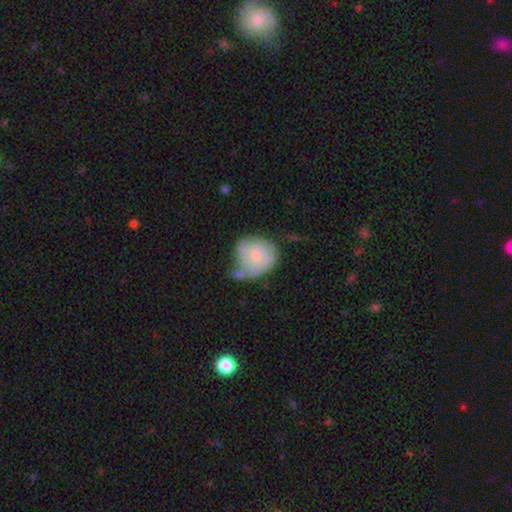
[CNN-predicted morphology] smooth_or_featured: featured or disk (p=0.49) [alt: smooth p=0.45]
merging: none (p=0.36) [alt: minor disturbance p=0.30]